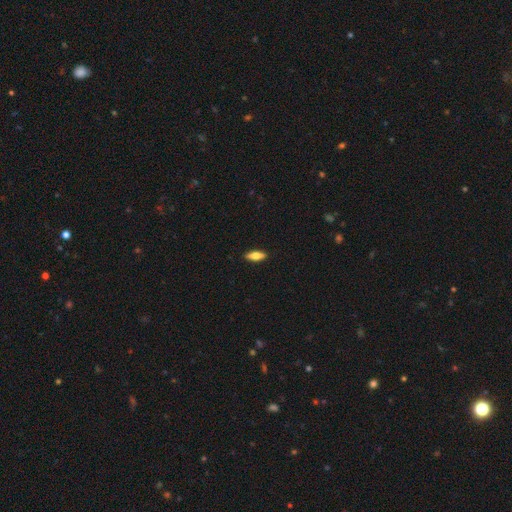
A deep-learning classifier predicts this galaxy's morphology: The model was most divided on "how rounded": in between: 64%, cigar-shaped: 33%, round: 3%. More confident: merging — none (90%); smooth or featured — smooth (68%).